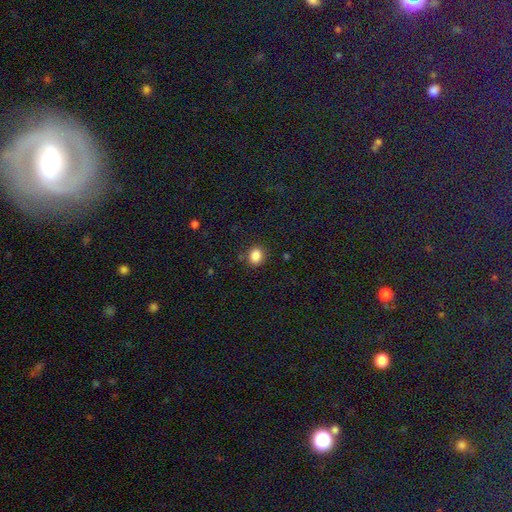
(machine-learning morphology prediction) This appears to be a smooth galaxy with no disk features (86%) that is round (64%). Merging: none (84%).